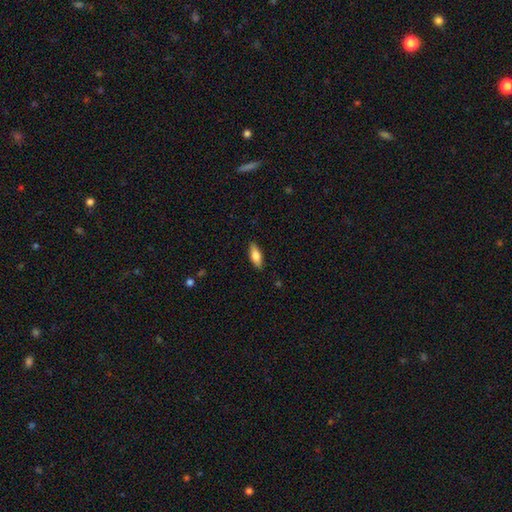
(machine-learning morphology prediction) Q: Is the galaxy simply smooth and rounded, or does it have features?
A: smooth — 74%.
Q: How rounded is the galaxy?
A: in between — 70%.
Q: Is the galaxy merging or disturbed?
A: none — 88%.